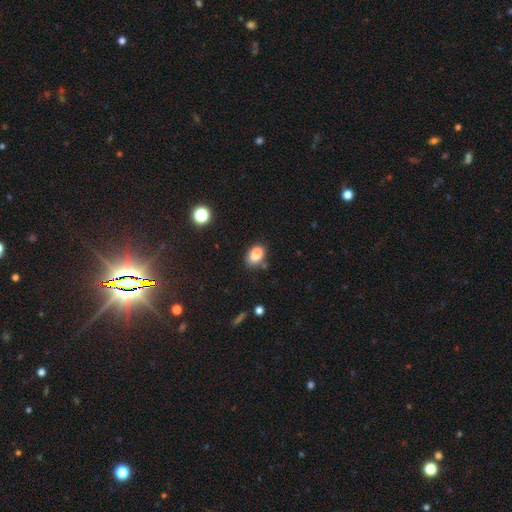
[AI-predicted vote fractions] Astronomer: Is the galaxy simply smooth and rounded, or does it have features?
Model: smooth — 81%.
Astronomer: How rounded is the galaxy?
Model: in between — 81%.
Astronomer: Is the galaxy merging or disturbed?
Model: none — 73%.